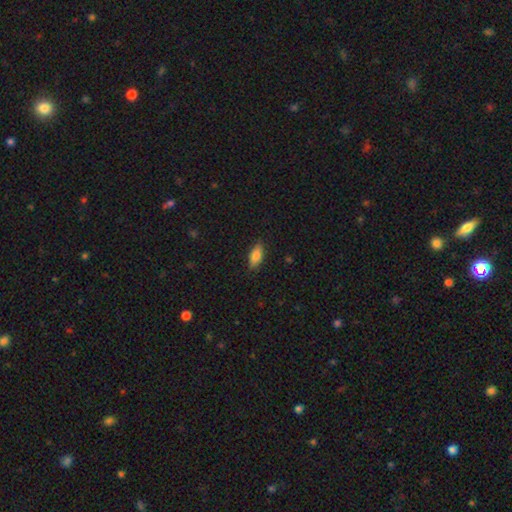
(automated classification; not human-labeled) This is clearly a smooth galaxy (81%). How rounded: likely in between (79%). Merging: clearly none (84%).